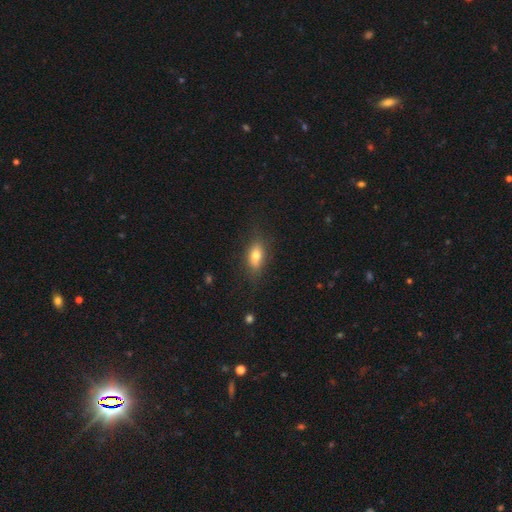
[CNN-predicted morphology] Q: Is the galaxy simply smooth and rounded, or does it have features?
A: smooth — 74%.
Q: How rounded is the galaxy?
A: in between — 81%.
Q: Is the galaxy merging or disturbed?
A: none — 76%.